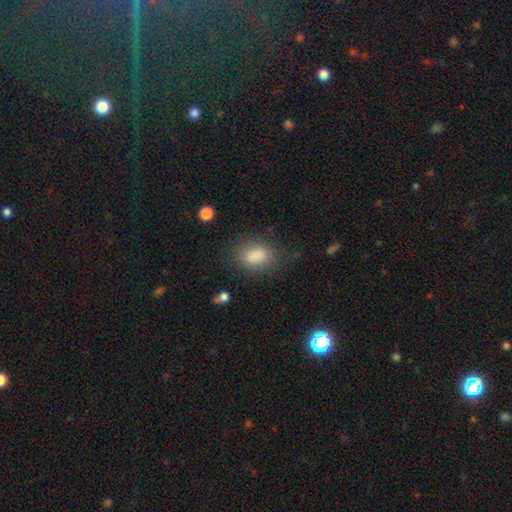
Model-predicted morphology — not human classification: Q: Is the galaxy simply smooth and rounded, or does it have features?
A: smooth — 84%.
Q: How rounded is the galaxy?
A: in between — 77%.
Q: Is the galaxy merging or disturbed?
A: none — 68%.